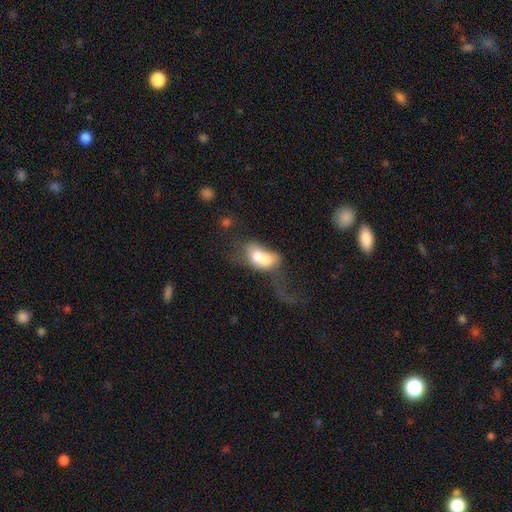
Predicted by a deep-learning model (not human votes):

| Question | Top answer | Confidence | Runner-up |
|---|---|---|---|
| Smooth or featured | smooth | 59% | featured or disk (31%) |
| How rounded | in between | 72% | round (24%) |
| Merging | merger | 63% | major disturbance (20%) |